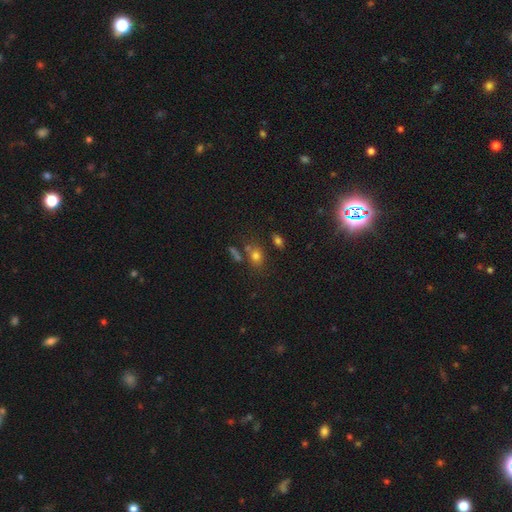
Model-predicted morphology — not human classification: A smooth galaxy with no disk features (74%) that is in between round and cigar-shaped (53%).

Vote fractions:
- Smooth or featured? smooth: 74% / star or artifact: 16% / featured or disk: 10%
- How rounded? in between: 53% / round: 45% / cigar-shaped: 2%
- Merging? none: 63% / merger: 17% / minor disturbance: 14% / major disturbance: 6%